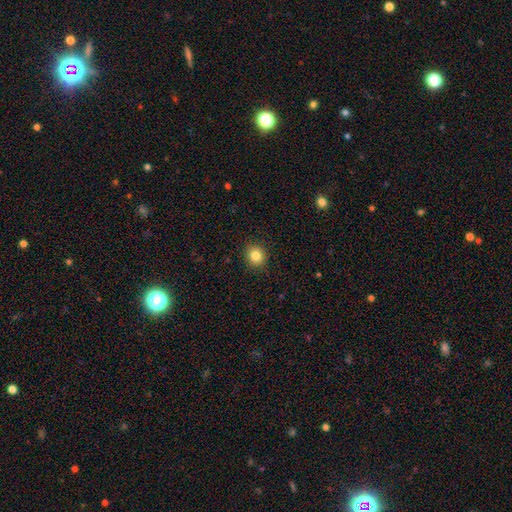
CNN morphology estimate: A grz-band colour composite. It shows a smooth galaxy with no disk features (84%) that is round (82%). Merging: none (91%).